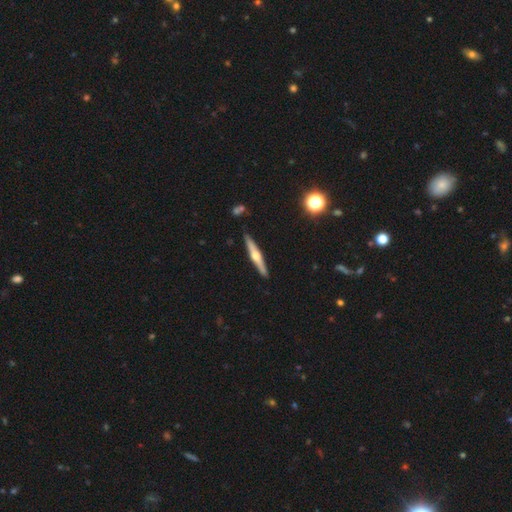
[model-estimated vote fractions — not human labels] Overall: featured or disk (71%). Edge-on disk: yes (97%). Edge-on bulge: rounded (92%). Merging: none (90%).